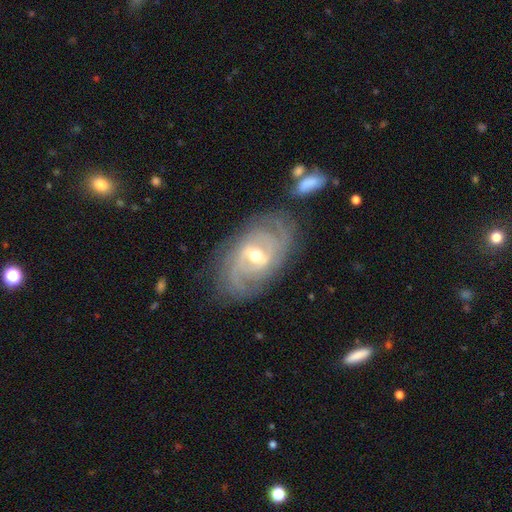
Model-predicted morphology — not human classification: Overall: featured or disk (87%). Edge-on disk: no (95%). Bar: weak (51%; strong 29%). Spiral arms: yes (93%). Spiral arm count: 2 (35%; can't tell 30%). Spiral winding: tight (63%; medium 29%). Bulge size: moderate (62%; small 33%). Merging: none (76%).